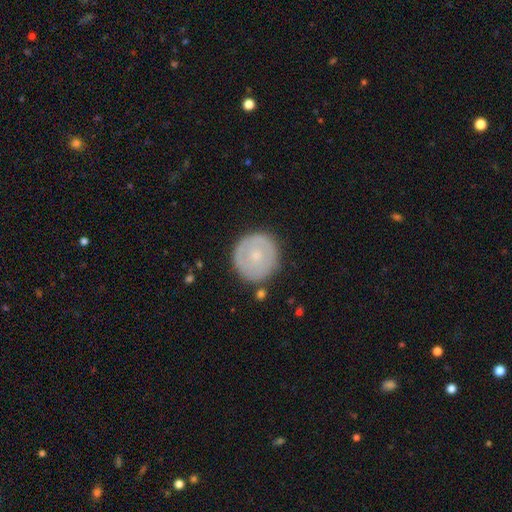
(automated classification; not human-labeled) Smooth or featured?
  - smooth: 52% *
  - featured or disk: 41%
  - star or artifact: 6%
How rounded?
  - round: 92% *
  - in between: 7%
  - cigar-shaped: 1%
Merging?
  - none: 84% *
  - minor disturbance: 11%
  - major disturbance: 3%
  - merger: 2%